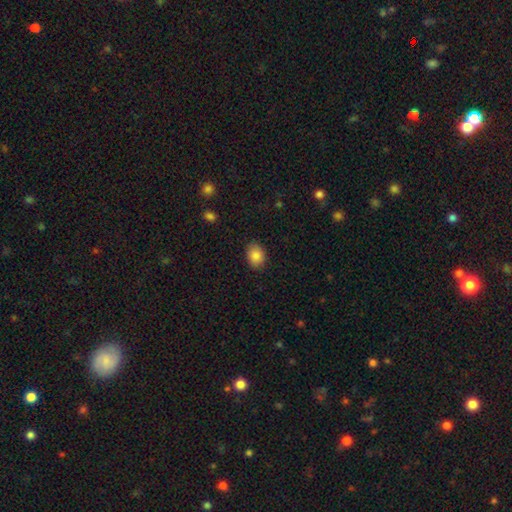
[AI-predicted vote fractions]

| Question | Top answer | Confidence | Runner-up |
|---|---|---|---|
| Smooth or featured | smooth | 87% | star or artifact (8%) |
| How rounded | in between | 69% | round (30%) |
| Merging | none | 86% | minor disturbance (11%) |